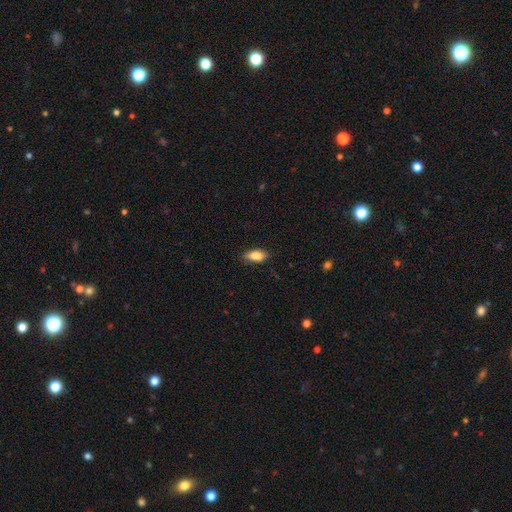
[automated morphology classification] Q: Smooth or featured?
A: smooth (81%); runner-up: featured or disk (12%)
Q: How rounded?
A: in between (85%); runner-up: cigar-shaped (12%)
Q: Merging?
A: none (84%); runner-up: minor disturbance (12%)